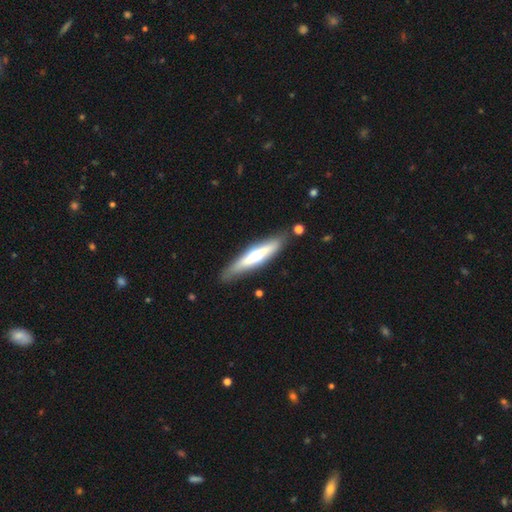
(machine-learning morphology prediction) Smooth or featured? featured or disk (58%)
Edge-on disk? yes (89%)
Edge-on bulge? rounded (88%)
Merging? none (83%)